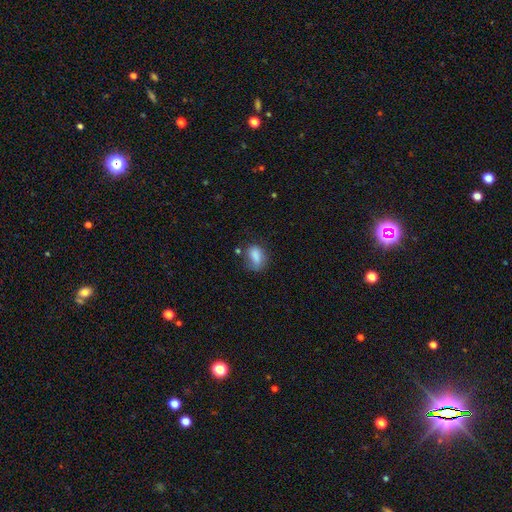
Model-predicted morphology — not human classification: Smooth or featured? Predicted: smooth (p=0.81). How rounded? Predicted: in between (p=0.81). Merging? Predicted: none (p=0.52).